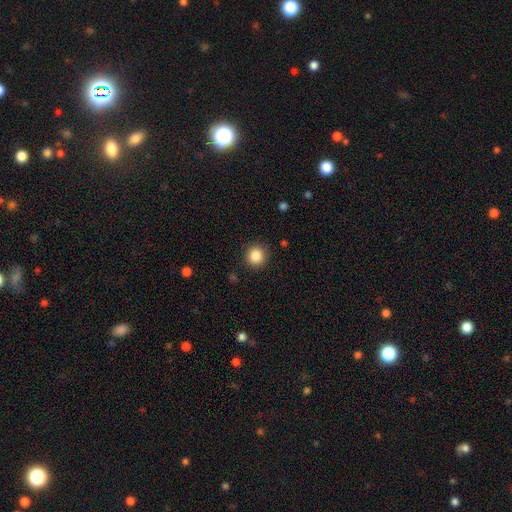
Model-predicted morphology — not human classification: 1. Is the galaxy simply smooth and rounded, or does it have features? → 86% smooth, 10% star or artifact, 4% featured or disk.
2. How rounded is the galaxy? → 92% round, 7% in between, 1% cigar-shaped.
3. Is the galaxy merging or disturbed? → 89% none, 7% minor disturbance, 2% major disturbance, 1% merger.